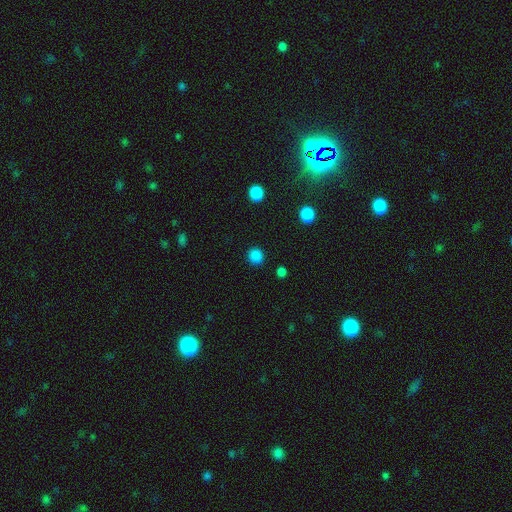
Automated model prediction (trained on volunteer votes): The model was most divided on "smooth or featured": smooth: 85%, star or artifact: 12%, featured or disk: 3%. More confident: how rounded — round (91%); merging — none (90%).